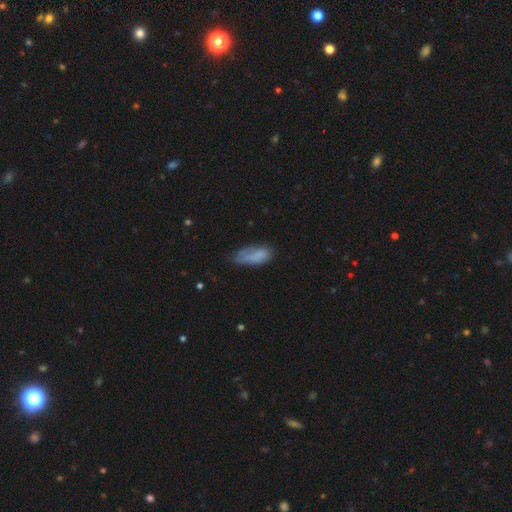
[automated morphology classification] Smooth or featured: smooth — 74% (featured or disk — 17%)
How rounded: in between — 82% (cigar-shaped — 15%)
Merging: none — 44% (minor disturbance — 33%)